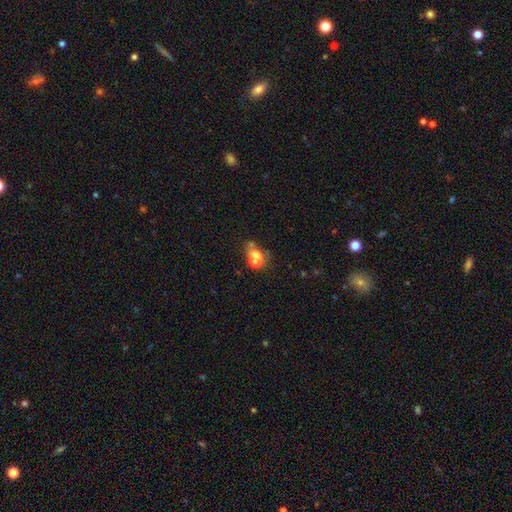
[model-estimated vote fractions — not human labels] Overall: smooth (59%; featured or disk 25%). How rounded: round (61%; in between 38%). Merging: merger (58%; none 27%).